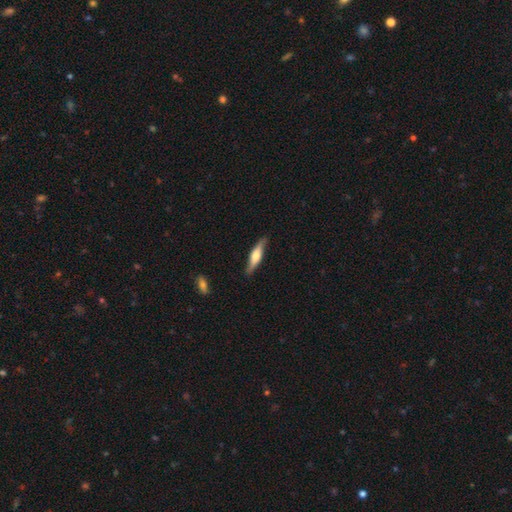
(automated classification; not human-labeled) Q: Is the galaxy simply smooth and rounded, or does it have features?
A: featured or disk — 51%.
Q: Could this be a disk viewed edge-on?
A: yes — 85%.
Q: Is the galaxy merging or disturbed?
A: none — 80%.